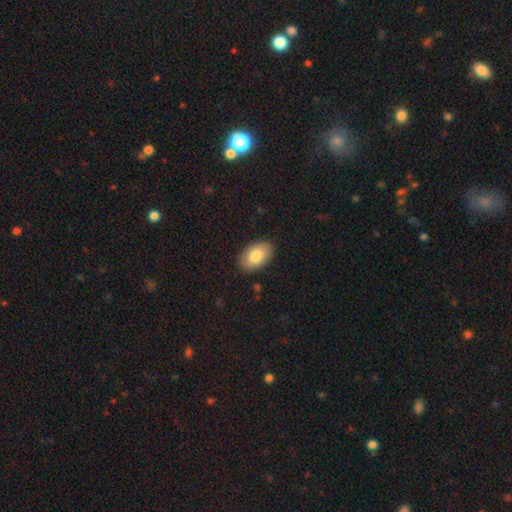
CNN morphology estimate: A smooth galaxy with no disk features (80%) that is in between round and cigar-shaped (92%).

Vote fractions:
- Smooth or featured? smooth: 80% / featured or disk: 13% / star or artifact: 6%
- How rounded? in between: 92% / round: 7% / cigar-shaped: 1%
- Merging? none: 88% / minor disturbance: 9% / major disturbance: 2% / merger: 1%